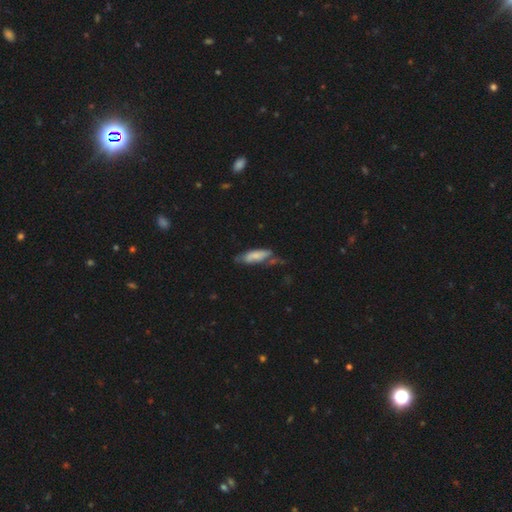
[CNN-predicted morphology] Smooth or featured?
  - smooth: 67% *
  - featured or disk: 26%
  - star or artifact: 7%
How rounded?
  - in between: 55% *
  - cigar-shaped: 43%
  - round: 2%
Merging?
  - none: 44% *
  - minor disturbance: 33%
  - major disturbance: 16%
  - merger: 8%